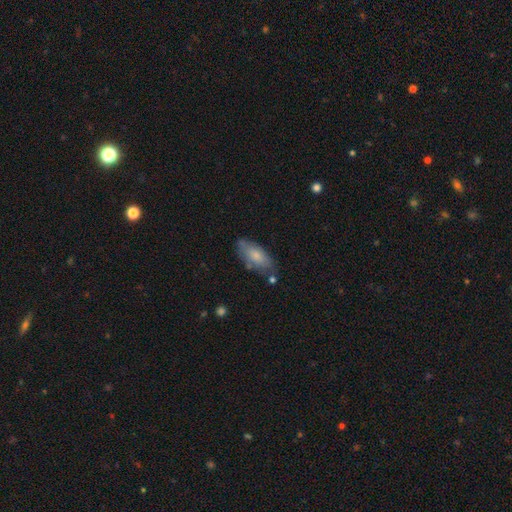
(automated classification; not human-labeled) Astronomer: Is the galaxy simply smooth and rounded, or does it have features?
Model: smooth — 75%.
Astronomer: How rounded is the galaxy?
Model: in between — 85%.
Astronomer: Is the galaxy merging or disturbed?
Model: none — 67%.